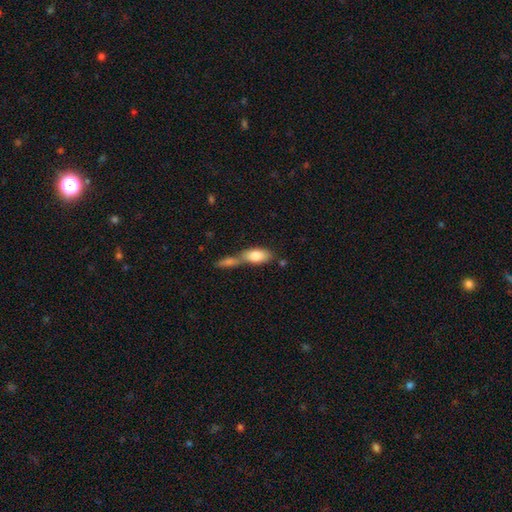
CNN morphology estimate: Q: Smooth or featured?
A: smooth (79%); runner-up: featured or disk (14%)
Q: How rounded?
A: in between (84%); runner-up: cigar-shaped (12%)
Q: Merging?
A: merger (58%); runner-up: none (30%)